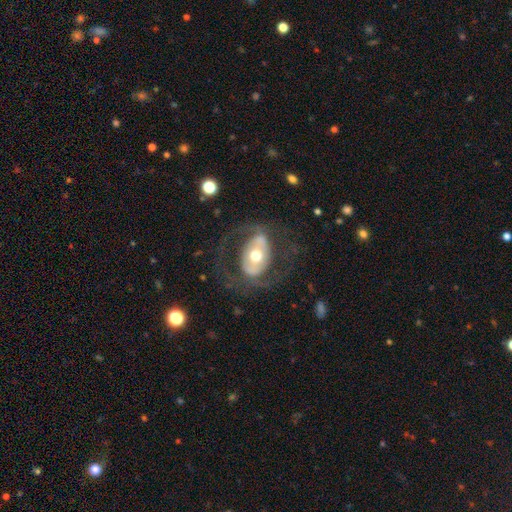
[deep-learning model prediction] A featured or disk galaxy (71%) with no bar (47%), spiral arms (59%) and a moderate central bulge (70%). Merging: none (64%).